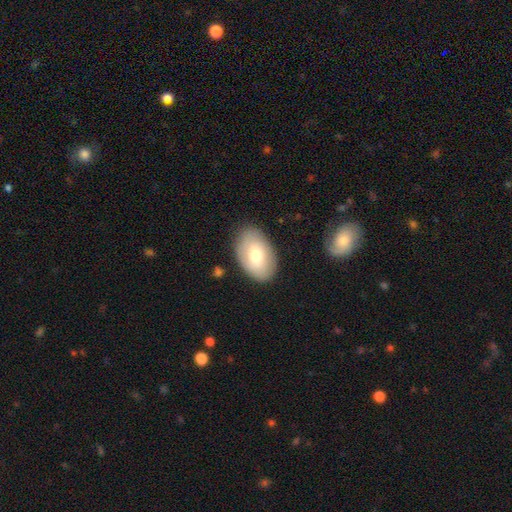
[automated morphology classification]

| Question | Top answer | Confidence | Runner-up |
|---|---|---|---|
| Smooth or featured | smooth | 68% | featured or disk (25%) |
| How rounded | in between | 91% | round (8%) |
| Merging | none | 84% | minor disturbance (11%) |